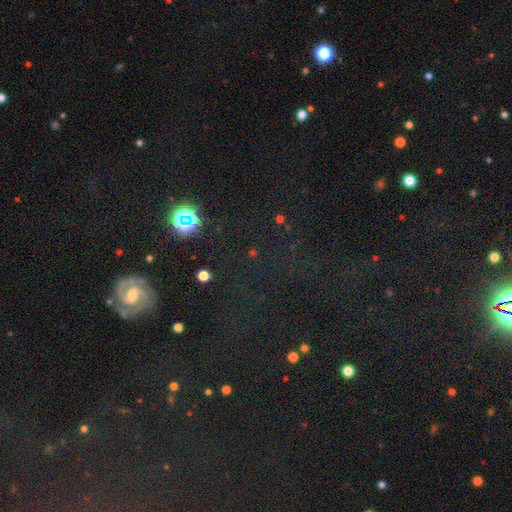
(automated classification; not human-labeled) Smooth or featured?
  - star or artifact: 66% *
  - smooth: 23%
  - featured or disk: 11%